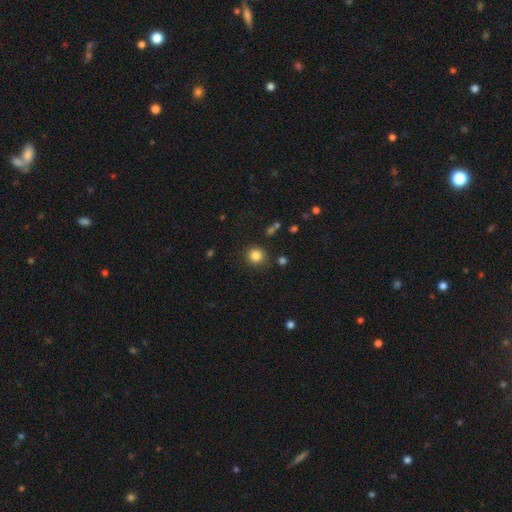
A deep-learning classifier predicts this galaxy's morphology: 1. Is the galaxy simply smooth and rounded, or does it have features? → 83% smooth, 11% star or artifact, 5% featured or disk.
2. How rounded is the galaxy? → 91% round, 8% in between, 1% cigar-shaped.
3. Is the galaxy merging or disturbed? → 88% none, 7% minor disturbance, 3% major disturbance, 2% merger.